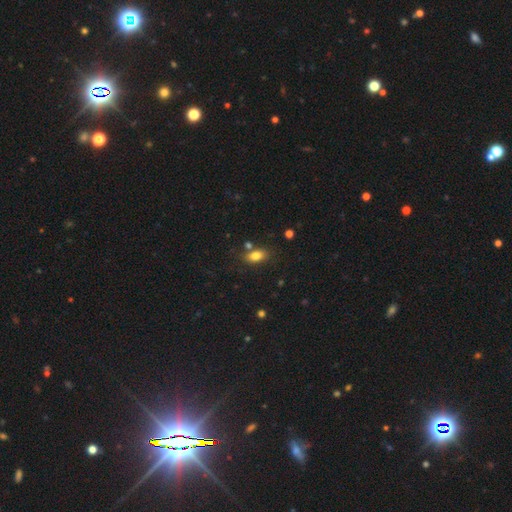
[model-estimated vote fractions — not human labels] A smooth galaxy with no disk features (81%) that is in between round and cigar-shaped (87%).

Vote fractions:
- Smooth or featured? smooth: 81% / featured or disk: 10% / star or artifact: 10%
- How rounded? in between: 87% / round: 7% / cigar-shaped: 6%
- Merging? none: 74% / minor disturbance: 13% / merger: 10% / major disturbance: 4%